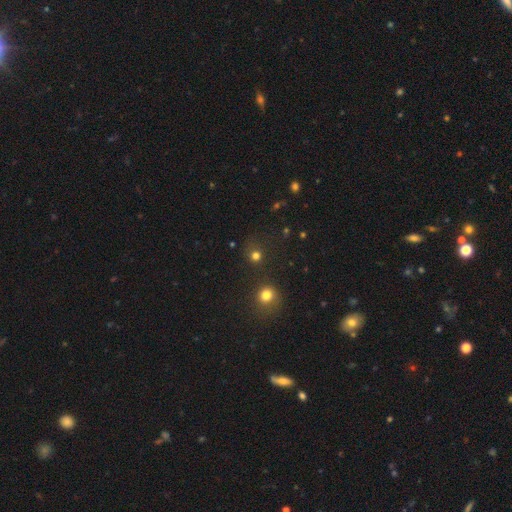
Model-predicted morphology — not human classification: smooth 73%, star or artifact 22%, featured or disk 5%. Down the decision tree: how rounded — round (91%); merging — none (78%).